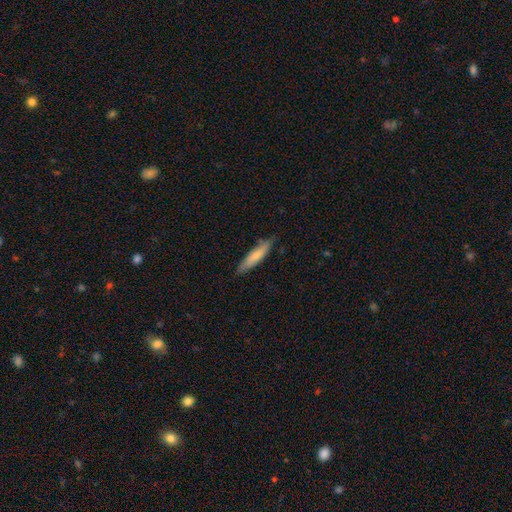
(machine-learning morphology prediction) This appears to be a smooth galaxy with no disk features (72%) that is cigar-shaped (82%). Merging: none (82%).